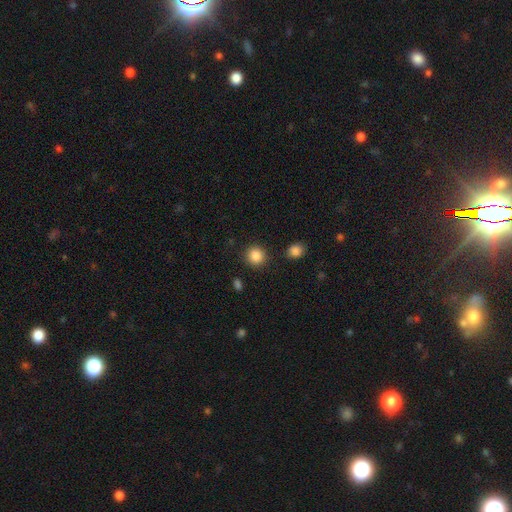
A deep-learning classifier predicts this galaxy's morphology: smooth_or_featured: smooth (p=0.87) [alt: star or artifact p=0.09]
how_rounded: round (p=0.91) [alt: in between p=0.08]
merging: none (p=0.88) [alt: minor disturbance p=0.07]